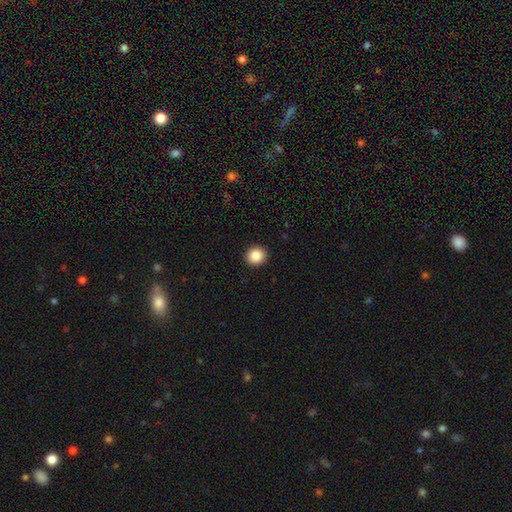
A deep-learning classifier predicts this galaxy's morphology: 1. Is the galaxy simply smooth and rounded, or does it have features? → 86% smooth, 9% star or artifact, 5% featured or disk.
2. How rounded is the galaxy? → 91% round, 8% in between, 1% cigar-shaped.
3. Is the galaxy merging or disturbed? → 93% none, 5% minor disturbance, 2% major disturbance, 1% merger.